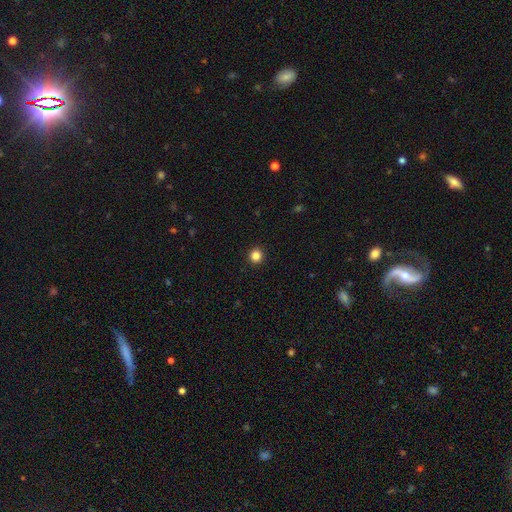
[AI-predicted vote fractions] smooth 84%, star or artifact 12%, featured or disk 4%. Down the decision tree: how rounded — round (95%); merging — none (94%).